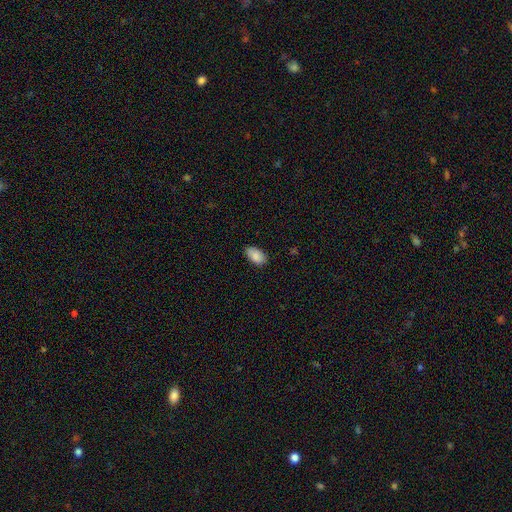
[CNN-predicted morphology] Smooth or featured?
  - smooth: 88% *
  - star or artifact: 7%
  - featured or disk: 5%
How rounded?
  - in between: 94% *
  - round: 5%
  - cigar-shaped: 2%
Merging?
  - none: 82% *
  - minor disturbance: 15%
  - major disturbance: 2%
  - merger: 1%